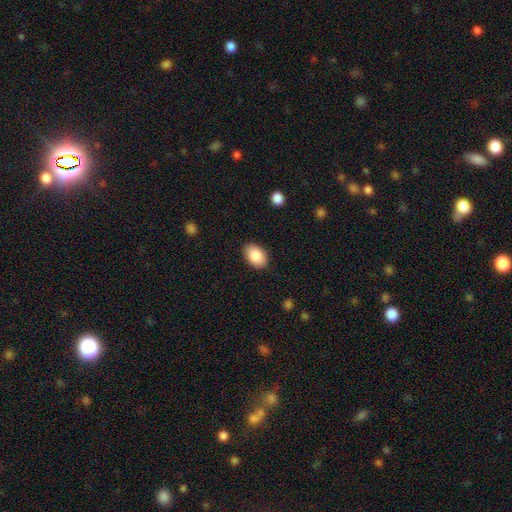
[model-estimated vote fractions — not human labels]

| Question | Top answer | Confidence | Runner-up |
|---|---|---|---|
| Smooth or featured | smooth | 88% | star or artifact (7%) |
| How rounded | in between | 88% | round (11%) |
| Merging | none | 88% | minor disturbance (9%) |